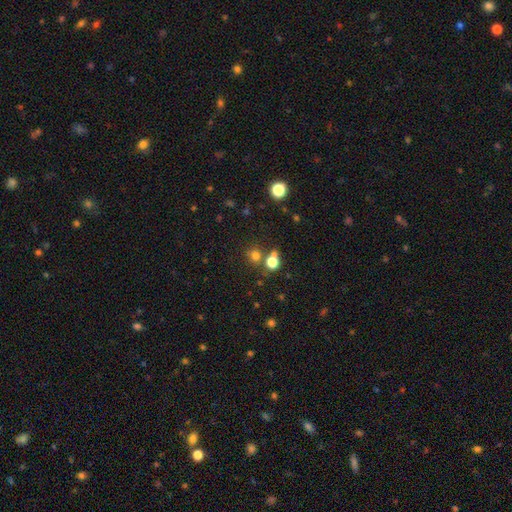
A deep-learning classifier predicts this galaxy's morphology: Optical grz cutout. It shows a smooth galaxy with no disk features (73%) that is round (84%). Merging: none (65%).